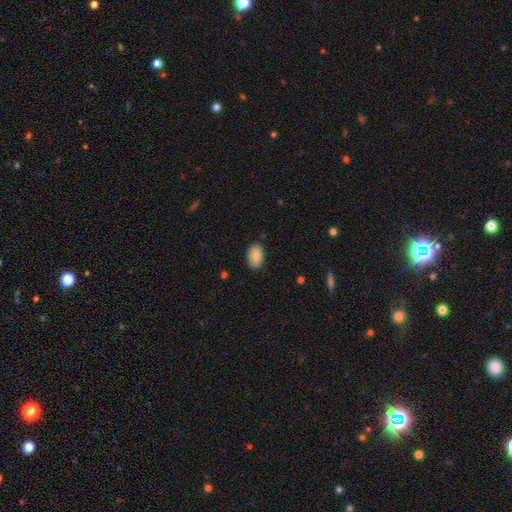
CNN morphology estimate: Smooth or featured: smooth — 85% (featured or disk — 8%)
How rounded: in between — 93% (round — 6%)
Merging: none — 86% (minor disturbance — 10%)